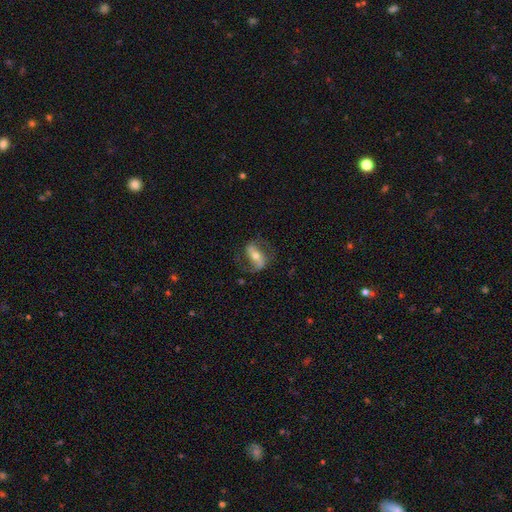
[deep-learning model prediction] A featured or disk galaxy (69%) with a strong bar (52%), 2 (86%) loose (42%, tied with medium) spiral arms (83%) and a moderate central bulge (61%).

Vote fractions:
- Smooth or featured? featured or disk: 69% / smooth: 24% / star or artifact: 7%
- Edge-on disk? no: 91% / yes: 9%
- Bar? strong: 52% / weak: 26% / no: 22%
- Spiral arms? yes: 83% / no: 17%
- Spiral winding? loose: 42% (tied) / medium: 42% (tied) / tight: 16%
- Spiral arm count? 2: 86% / can't tell: 6% / 1: 5% / 3: 1% / 4: 1% / more than 4: 1%
- Bulge size? moderate: 61% / small: 31% / large: 5% / none: 1% / dominant: 1%
- Merging? none: 67% / minor disturbance: 18% / major disturbance: 14% / merger: 2%